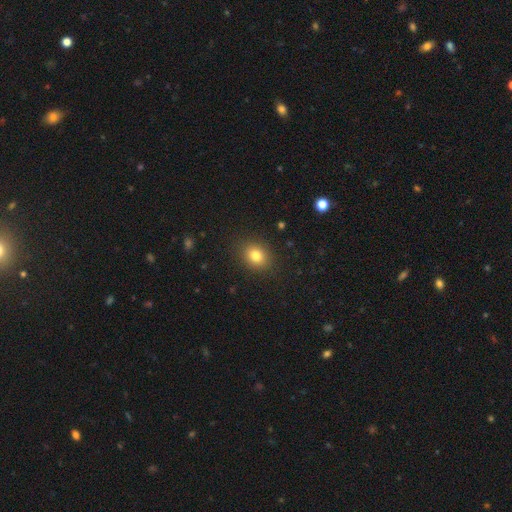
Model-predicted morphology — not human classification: smooth 82%, star or artifact 11%, featured or disk 7%. Down the decision tree: how rounded — round (55%); merging — none (88%).